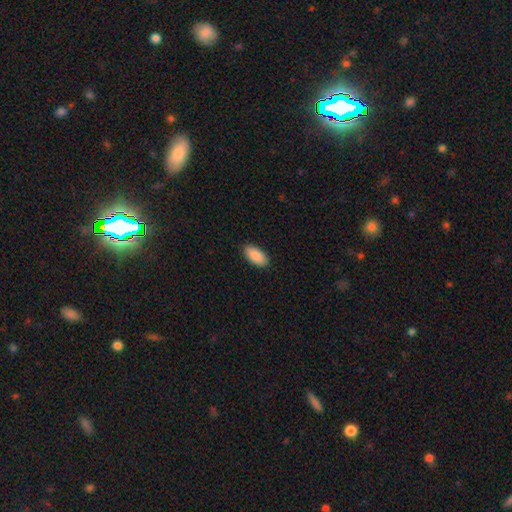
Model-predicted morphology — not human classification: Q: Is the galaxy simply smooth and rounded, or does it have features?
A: smooth — 90%.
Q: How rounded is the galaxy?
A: in between — 93%.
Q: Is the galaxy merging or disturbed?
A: none — 88%.